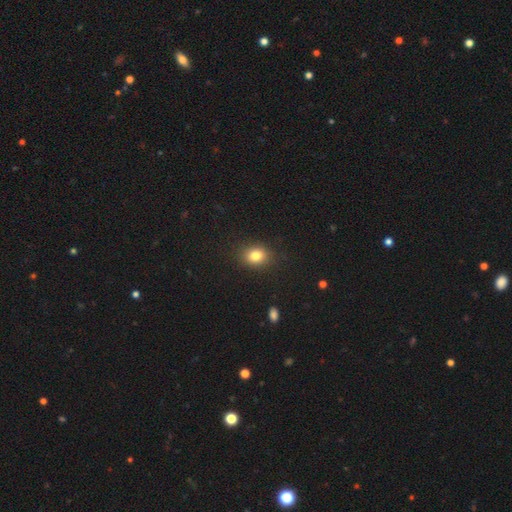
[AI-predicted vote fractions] smooth 81%, star or artifact 11%, featured or disk 7%. Down the decision tree: how rounded — in between (50%); merging — none (87%).